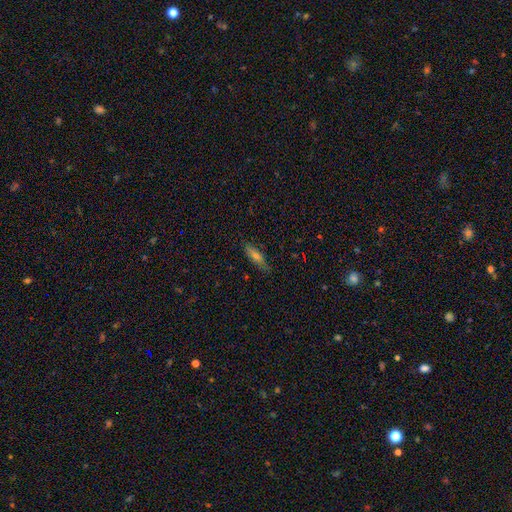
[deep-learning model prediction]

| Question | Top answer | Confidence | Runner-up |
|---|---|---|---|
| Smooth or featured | smooth | 48% | featured or disk (40%) |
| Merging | none | 82% | minor disturbance (14%) |